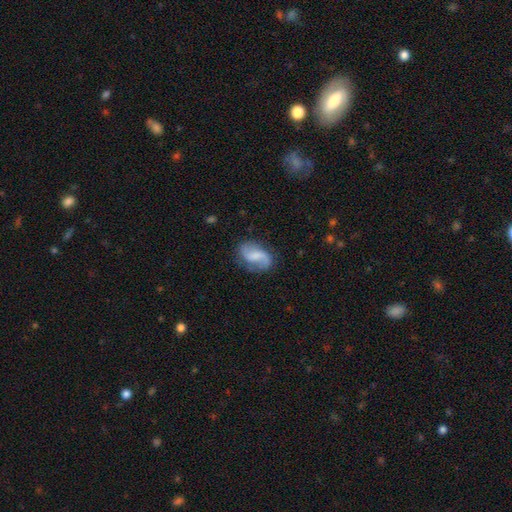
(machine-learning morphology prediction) This appears to be a featured or disk galaxy (68%) with a weak bar (47%), 2 (85%) loose (56%) spiral arms (93%) and no central bulge (38%). Merging: none (71%).